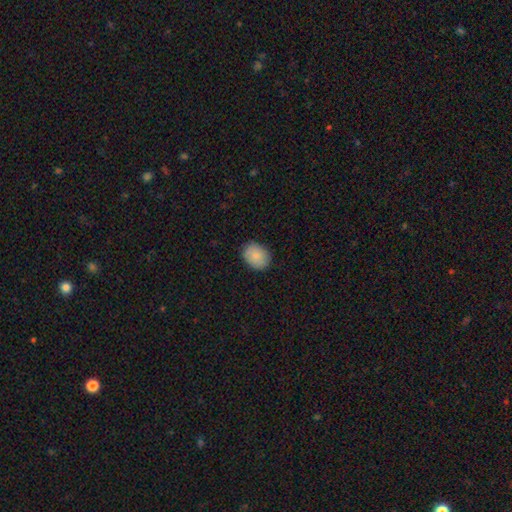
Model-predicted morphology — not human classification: Smooth or featured?
  - smooth: 84% *
  - featured or disk: 9%
  - star or artifact: 7%
How rounded?
  - in between: 59% *
  - round: 40%
  - cigar-shaped: 1%
Merging?
  - none: 86% *
  - minor disturbance: 11%
  - major disturbance: 2%
  - merger: 1%